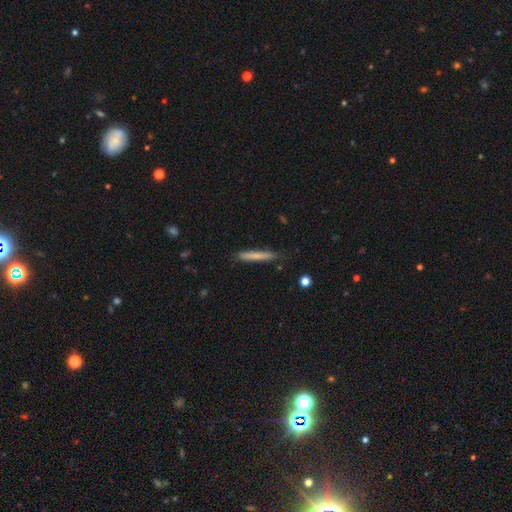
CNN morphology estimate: The model was most divided on "smooth or featured": smooth: 72%, featured or disk: 22%, star or artifact: 6%. More confident: how rounded — cigar-shaped (96%); merging — none (85%).